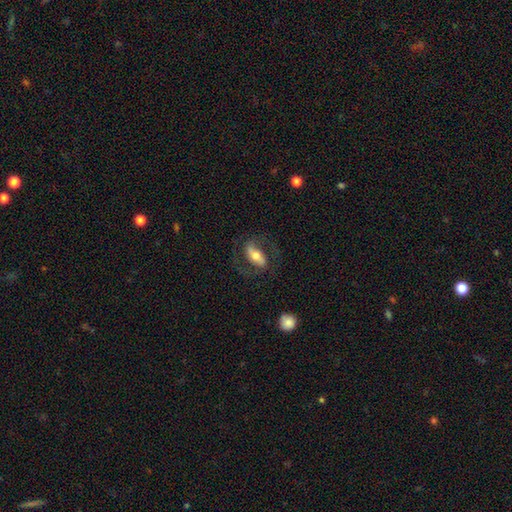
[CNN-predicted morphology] featured or disk 62%, smooth 31%, star or artifact 7%. Down the decision tree: edge-on disk — no (91%); bar — strong (50%); spiral arms — yes (85%); bulge size — moderate (61%); merging — none (69%).